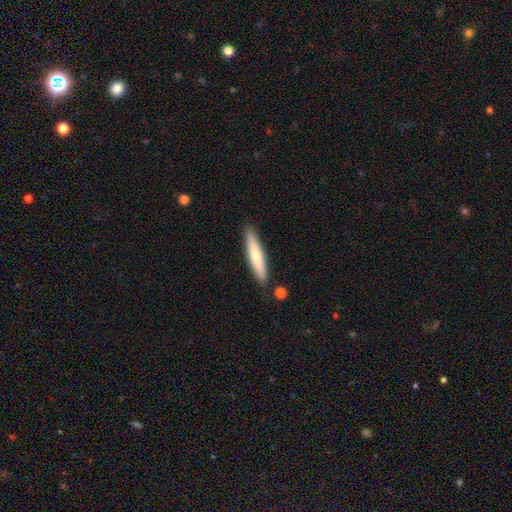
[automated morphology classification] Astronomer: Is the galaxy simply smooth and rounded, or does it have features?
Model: smooth — 66%.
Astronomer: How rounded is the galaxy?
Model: cigar-shaped — 90%.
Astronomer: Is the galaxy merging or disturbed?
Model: none — 88%.